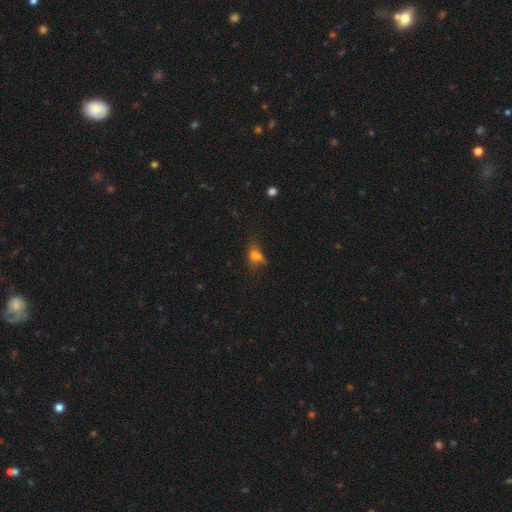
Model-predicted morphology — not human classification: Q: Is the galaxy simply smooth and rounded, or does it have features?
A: smooth — 66%.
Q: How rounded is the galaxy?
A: in between — 77%.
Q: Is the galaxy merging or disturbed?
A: none — 42%.